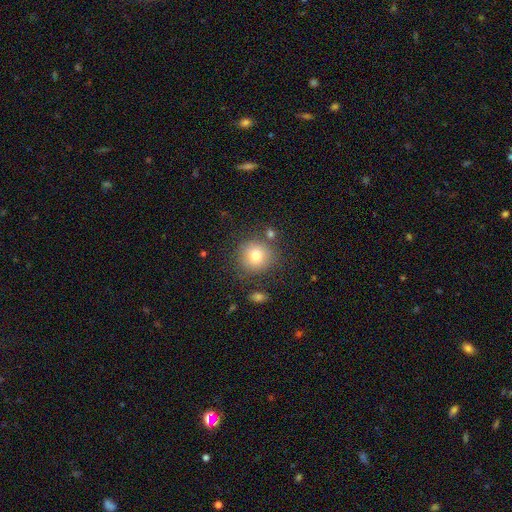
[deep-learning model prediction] Q: Smooth or featured?
A: smooth (78%); runner-up: star or artifact (11%)
Q: How rounded?
A: round (90%); runner-up: in between (9%)
Q: Merging?
A: none (80%); runner-up: minor disturbance (10%)